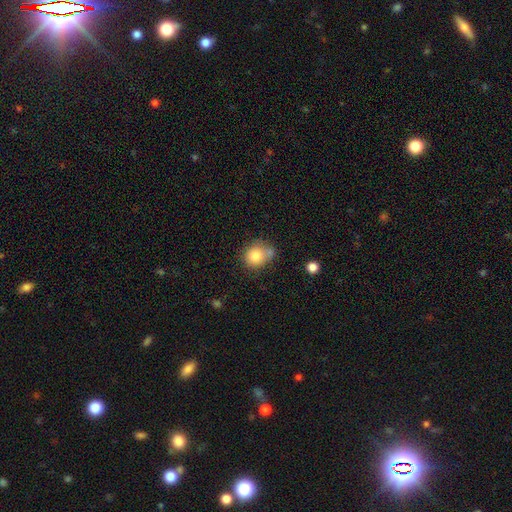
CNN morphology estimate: A smooth galaxy with no disk features (81%) that is round (76%).

Vote fractions:
- Smooth or featured? smooth: 81% / featured or disk: 10% / star or artifact: 9%
- How rounded? round: 76% / in between: 23% / cigar-shaped: 1%
- Merging? none: 50% / merger: 22% / minor disturbance: 20% / major disturbance: 7%